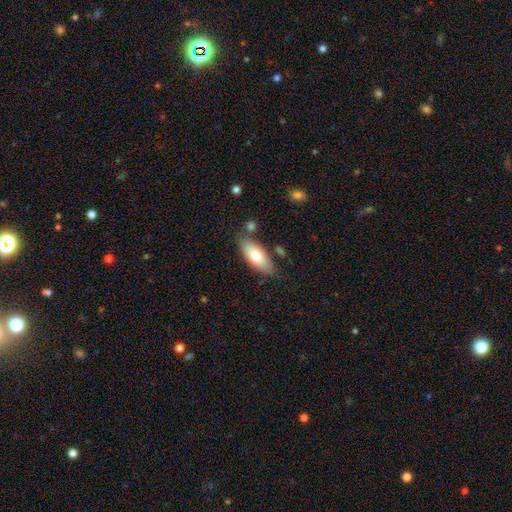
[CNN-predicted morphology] The model was most divided on "smooth or featured": smooth: 74%, featured or disk: 20%, star or artifact: 6%. More confident: how rounded — in between (81%); merging — none (76%).